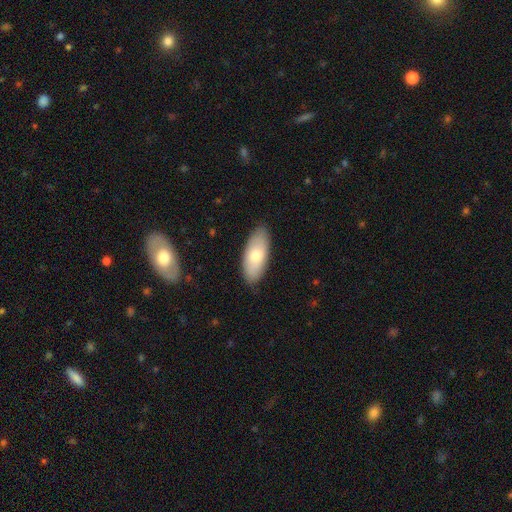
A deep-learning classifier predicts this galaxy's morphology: Smooth or featured: smooth — 73% (featured or disk — 22%)
How rounded: in between — 86% (cigar-shaped — 12%)
Merging: none — 85% (minor disturbance — 12%)